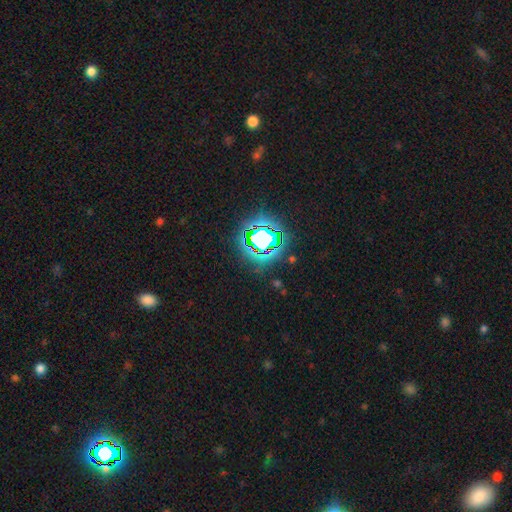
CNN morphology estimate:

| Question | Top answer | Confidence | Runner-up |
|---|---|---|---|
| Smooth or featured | star or artifact | 84% | smooth (10%) |